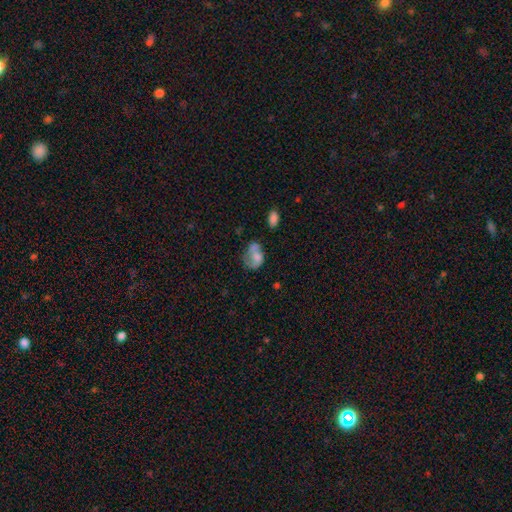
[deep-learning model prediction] The model was most divided on "merging": none: 30%, major disturbance: 28%, minor disturbance: 26%, merger: 16%. More confident: how rounded — in between (74%); smooth or featured — smooth (55%).